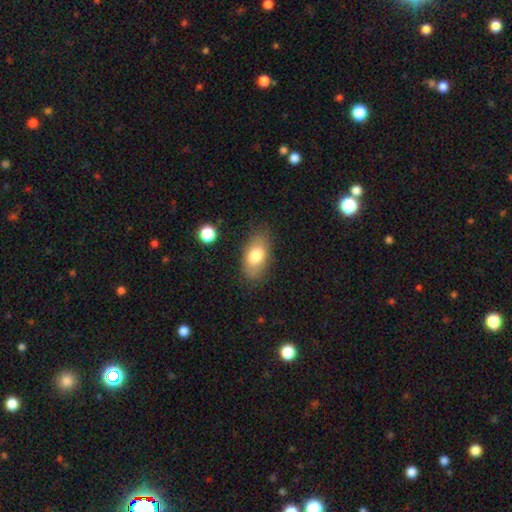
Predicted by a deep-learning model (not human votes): Q: Smooth or featured?
A: smooth (77%); runner-up: featured or disk (15%)
Q: How rounded?
A: in between (90%); runner-up: round (5%)
Q: Merging?
A: none (77%); runner-up: minor disturbance (16%)